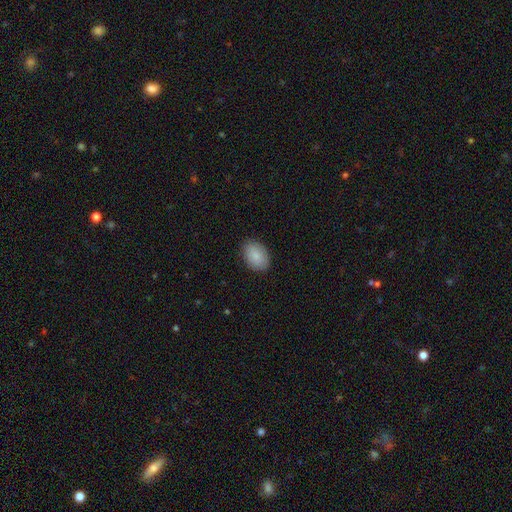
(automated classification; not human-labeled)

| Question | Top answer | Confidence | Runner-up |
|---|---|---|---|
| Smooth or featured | smooth | 88% | star or artifact (7%) |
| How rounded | in between | 83% | round (16%) |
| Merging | none | 88% | minor disturbance (9%) |